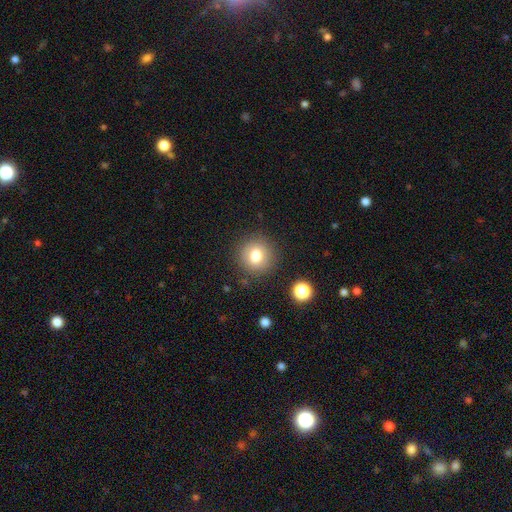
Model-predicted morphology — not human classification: Overall: smooth (76%). How rounded: round (93%). Merging: none (87%).